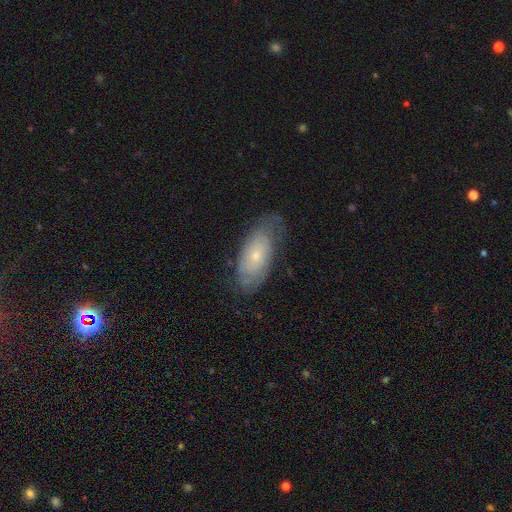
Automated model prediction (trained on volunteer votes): Morphology: type=featured or disk (53%); edge-on=no (89%); merging=none (63%).